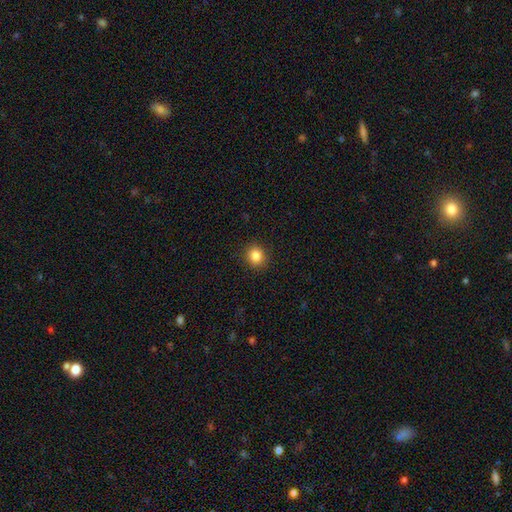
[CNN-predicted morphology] smooth_or_featured: smooth (p=0.86) [alt: star or artifact p=0.10]
how_rounded: round (p=0.84) [alt: in between p=0.15]
merging: none (p=0.90) [alt: minor disturbance p=0.07]